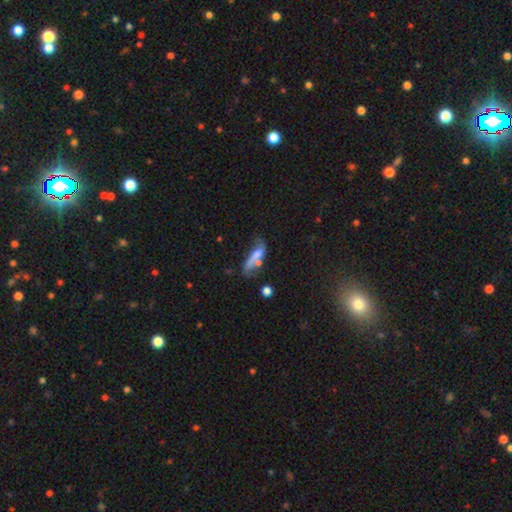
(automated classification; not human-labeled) Smooth or featured? smooth (53%)
How rounded? in between (49%)
Merging? merger (28%)